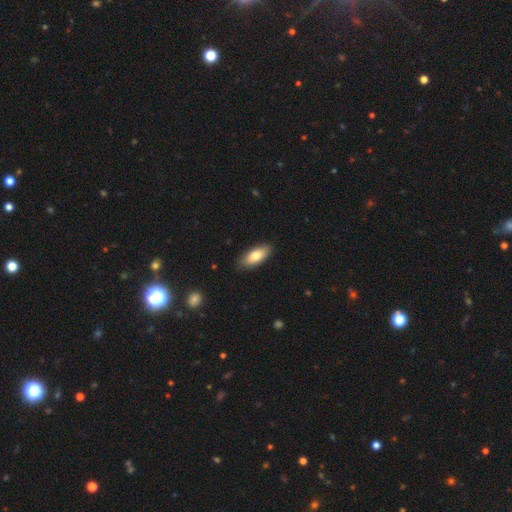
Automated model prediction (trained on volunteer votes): Morphology: type=smooth (79%); roundness=in between (81%); merging=none (86%).